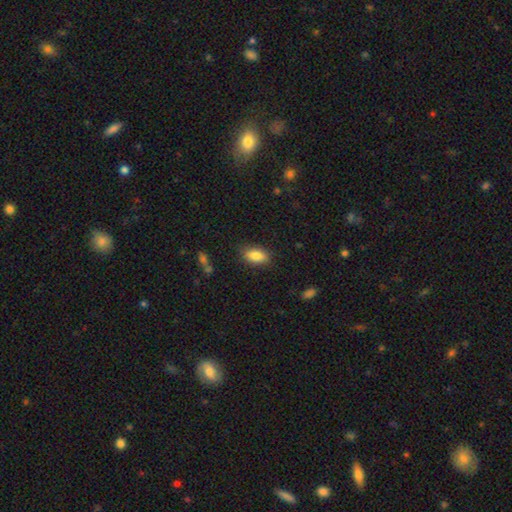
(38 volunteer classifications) A smooth galaxy with no disk features (84%) that is in between round and cigar-shaped (81%). Merging: none (86%).